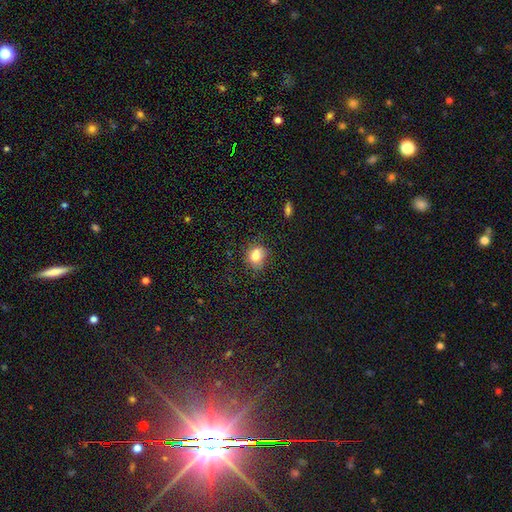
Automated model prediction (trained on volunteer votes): Overall: smooth (77%). How rounded: round (58%; in between 41%). Merging: none (55%; minor disturbance 27%).